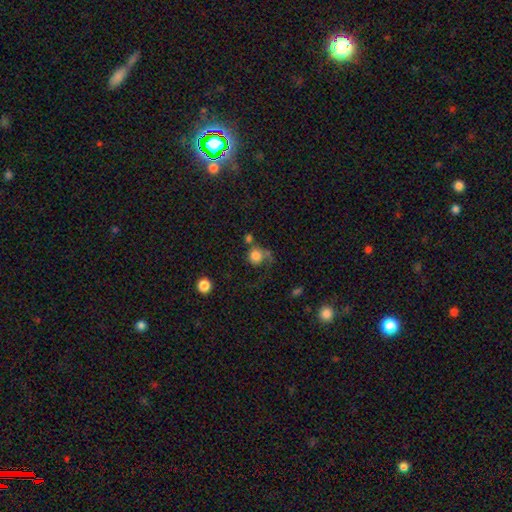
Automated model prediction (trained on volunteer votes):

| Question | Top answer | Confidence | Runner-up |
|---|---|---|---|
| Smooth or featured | smooth | 77% | featured or disk (13%) |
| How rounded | round | 84% | in between (15%) |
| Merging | none | 39% | major disturbance (26%) |